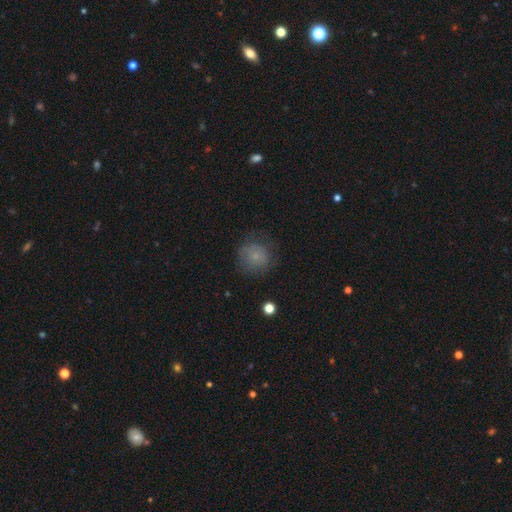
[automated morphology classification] Smooth or featured? Predicted: smooth (p=0.72). How rounded? Predicted: round (p=0.89). Merging? Predicted: none (p=0.68).